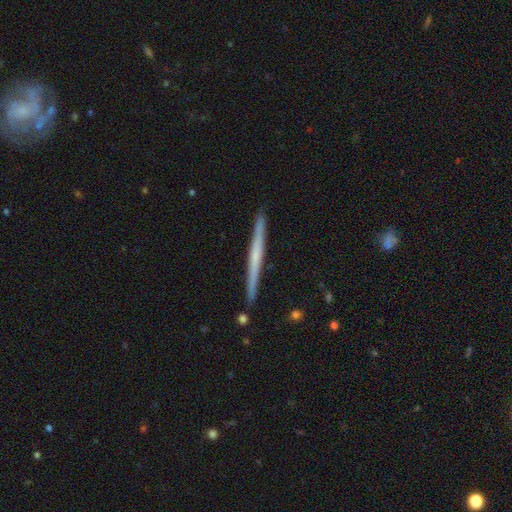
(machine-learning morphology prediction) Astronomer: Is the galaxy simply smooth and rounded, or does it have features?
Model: featured or disk — 57% (runner-up: smooth, 37%).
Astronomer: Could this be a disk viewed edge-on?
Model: yes — 98%.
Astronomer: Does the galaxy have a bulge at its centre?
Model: none — 75%.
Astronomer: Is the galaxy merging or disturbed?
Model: none — 91%.